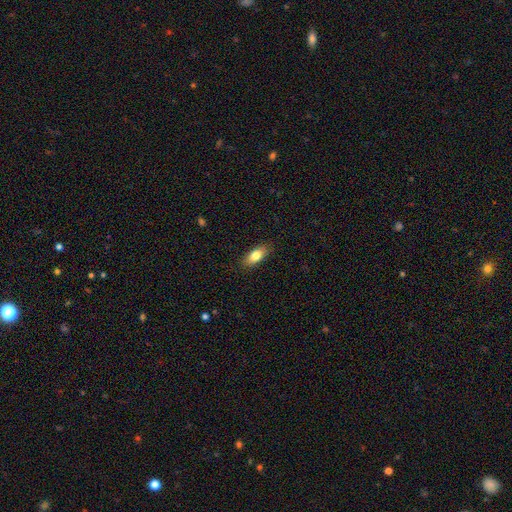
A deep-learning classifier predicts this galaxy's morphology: Smooth or featured?
  - smooth: 81% *
  - featured or disk: 12%
  - star or artifact: 7%
How rounded?
  - in between: 85% *
  - cigar-shaped: 11%
  - round: 4%
Merging?
  - none: 86% *
  - minor disturbance: 10%
  - major disturbance: 2%
  - merger: 1%